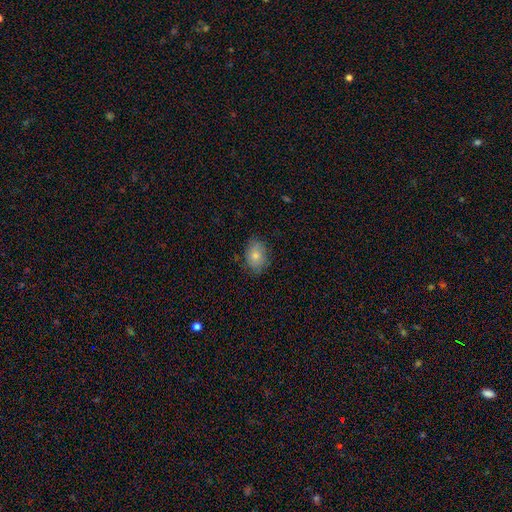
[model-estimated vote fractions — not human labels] Q: Smooth or featured?
A: smooth (79%); runner-up: featured or disk (13%)
Q: How rounded?
A: in between (71%); runner-up: round (28%)
Q: Merging?
A: none (78%); runner-up: minor disturbance (17%)